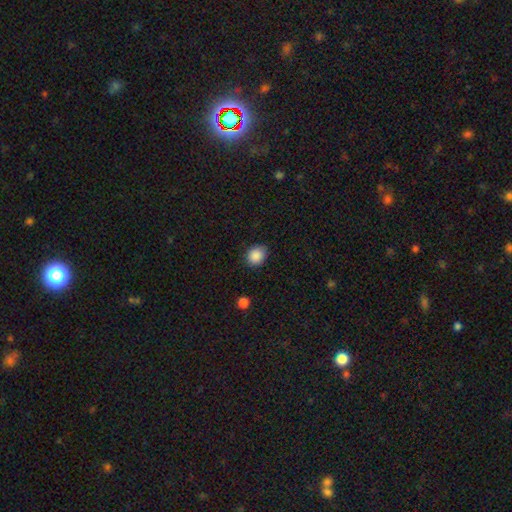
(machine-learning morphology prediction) type=smooth (88%); roundness=round (63%); merging=none (84%).